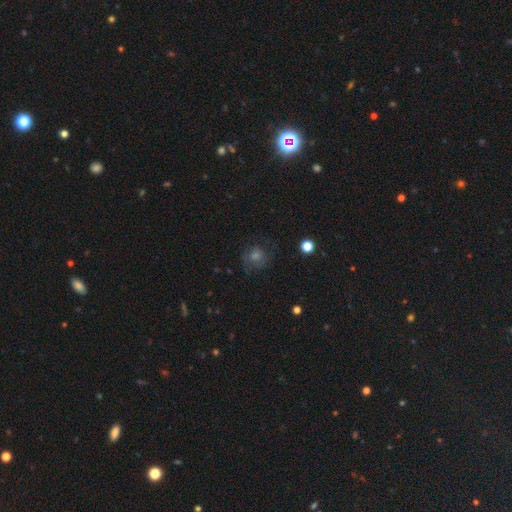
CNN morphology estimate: smooth_or_featured: smooth (p=0.40) [alt: featured or disk p=0.31]
merging: none (p=0.74) [alt: minor disturbance p=0.15]